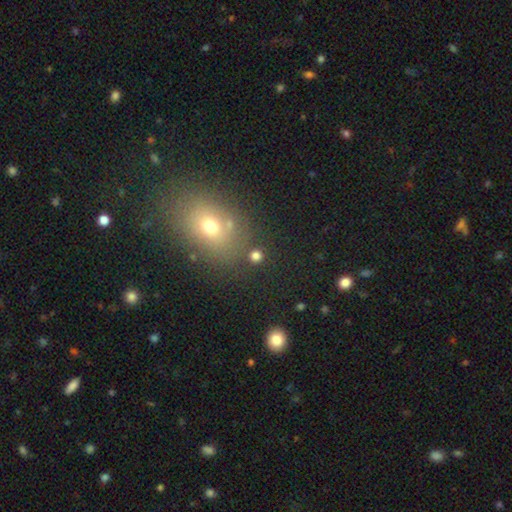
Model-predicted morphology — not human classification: type=smooth (76%); roundness=round (86%); merging=none (81%).